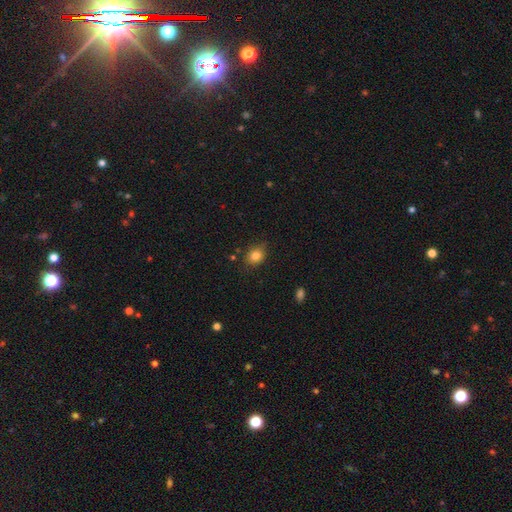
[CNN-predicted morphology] Overall: smooth (82%). How rounded: round (50%; in between 49%). Merging: none (78%).